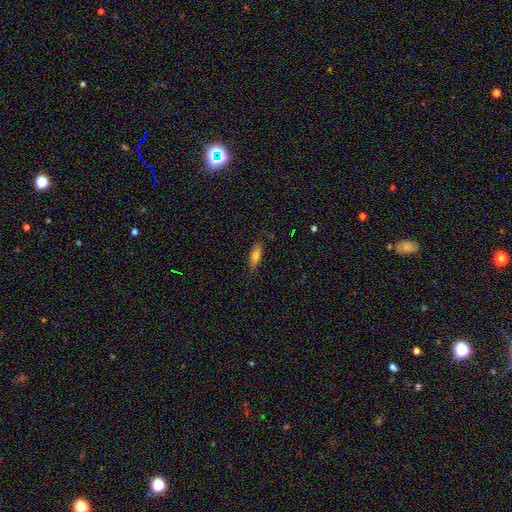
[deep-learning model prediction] This is likely a smooth galaxy (75%). How rounded: likely in between (61%). Merging: clearly none (83%).